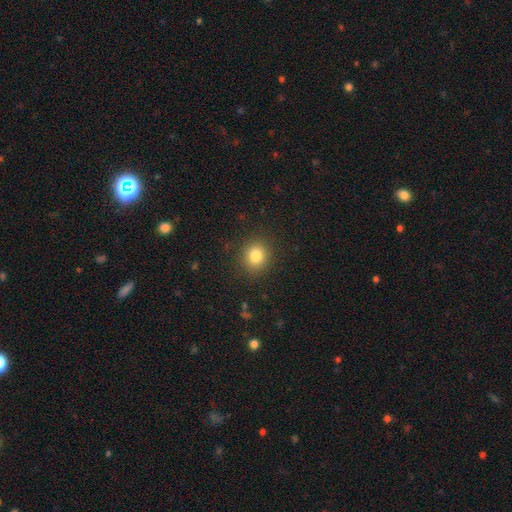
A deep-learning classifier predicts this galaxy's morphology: This appears to be a smooth galaxy with no disk features (82%) that is round (77%). Merging: none (88%).